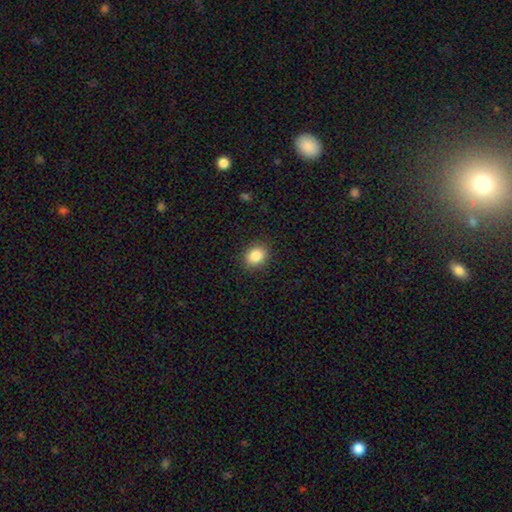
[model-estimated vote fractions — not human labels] Smooth or featured: smooth — 87% (star or artifact — 9%)
How rounded: in between — 53% (round — 46%)
Merging: none — 88% (minor disturbance — 8%)